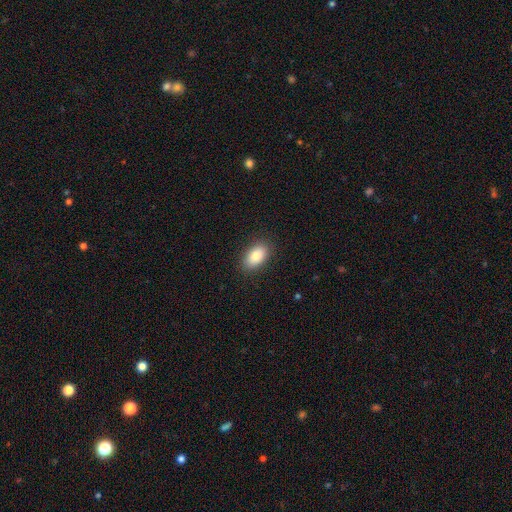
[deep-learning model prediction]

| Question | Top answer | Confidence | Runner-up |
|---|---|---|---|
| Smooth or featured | smooth | 84% | featured or disk (8%) |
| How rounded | in between | 92% | round (6%) |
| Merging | none | 88% | minor disturbance (9%) |